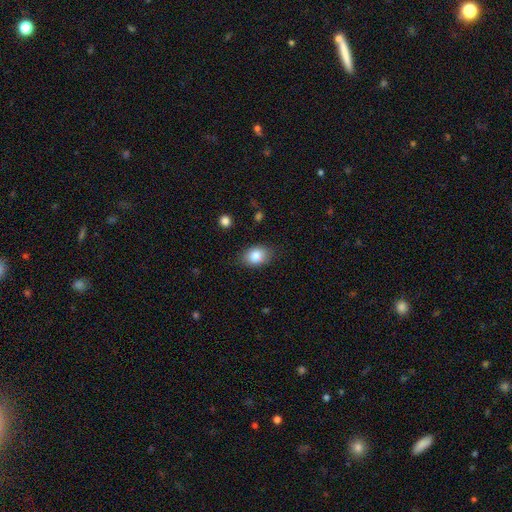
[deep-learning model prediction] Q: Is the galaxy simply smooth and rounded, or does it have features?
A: smooth — 84%.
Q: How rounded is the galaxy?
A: in between — 73%.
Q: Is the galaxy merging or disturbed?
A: none — 80%.